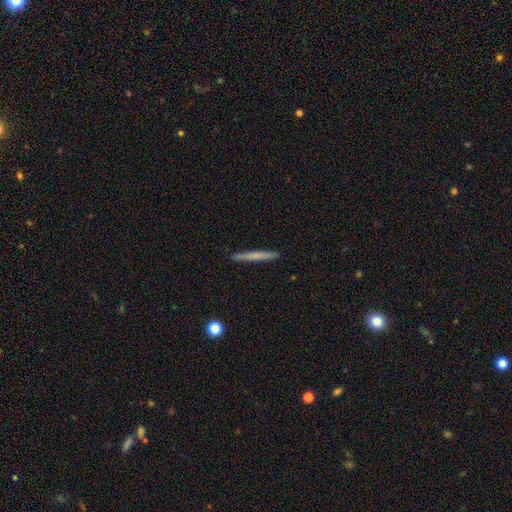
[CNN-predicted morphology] Overall: smooth (61%; featured or disk 33%). How rounded: cigar-shaped (97%). Merging: none (91%).